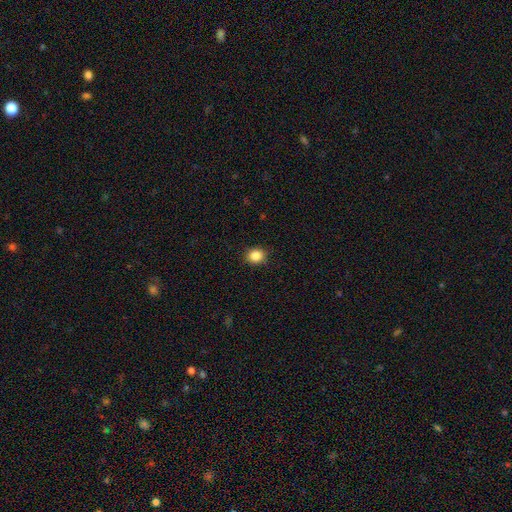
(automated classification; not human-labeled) Smooth or featured? smooth (87%)
How rounded? round (76%)
Merging? none (90%)